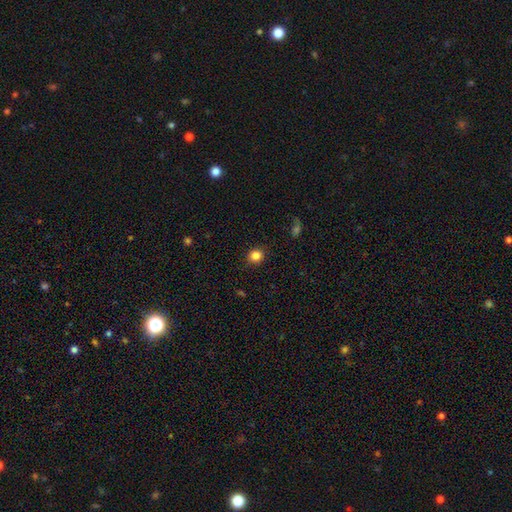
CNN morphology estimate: A smooth galaxy with no disk features (84%) that is round (81%). Merging: none (90%).